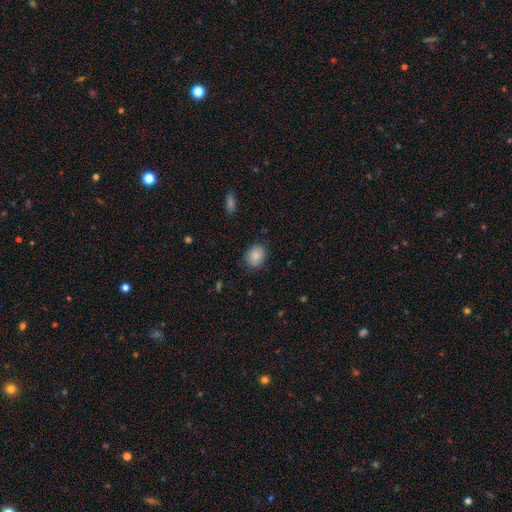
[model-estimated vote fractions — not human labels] The model was most divided on "how rounded": round: 55%, in between: 44%, cigar-shaped: 1%. More confident: smooth or featured — smooth (86%); merging — none (83%).